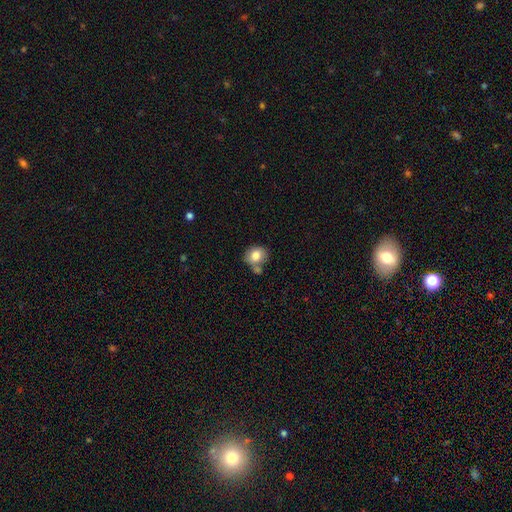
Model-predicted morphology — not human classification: A smooth galaxy with no disk features (79%) that is round (68%).

Vote fractions:
- Smooth or featured? smooth: 79% / featured or disk: 12% / star or artifact: 8%
- How rounded? round: 68% / in between: 31% / cigar-shaped: 1%
- Merging? none: 57% / merger: 21% / minor disturbance: 17% / major disturbance: 4%